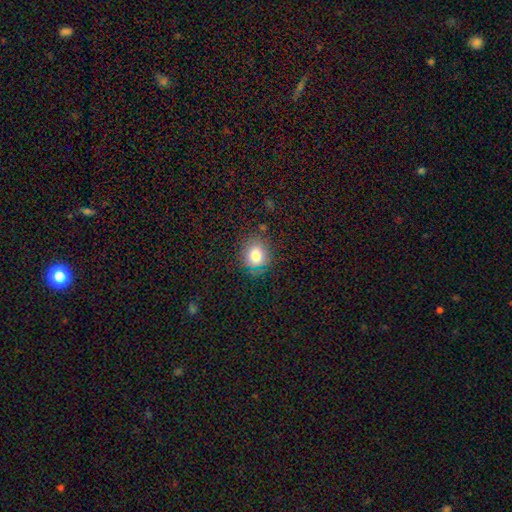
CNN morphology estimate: smooth_or_featured: smooth (p=0.78) [alt: star or artifact p=0.14]
how_rounded: round (p=0.71) [alt: in between p=0.28]
merging: none (p=0.82) [alt: minor disturbance p=0.12]